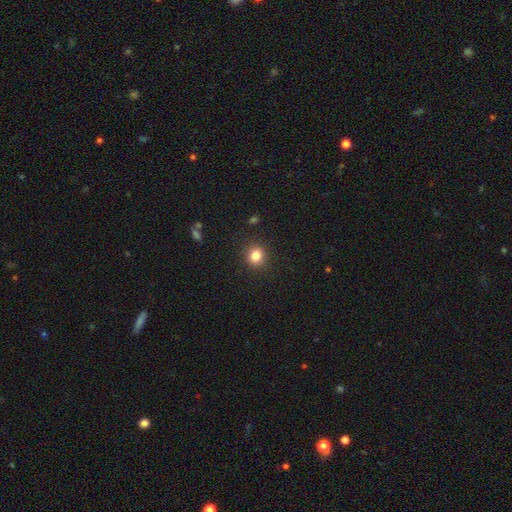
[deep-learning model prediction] A smooth galaxy with no disk features (83%) that is round (77%). Merging: none (89%).